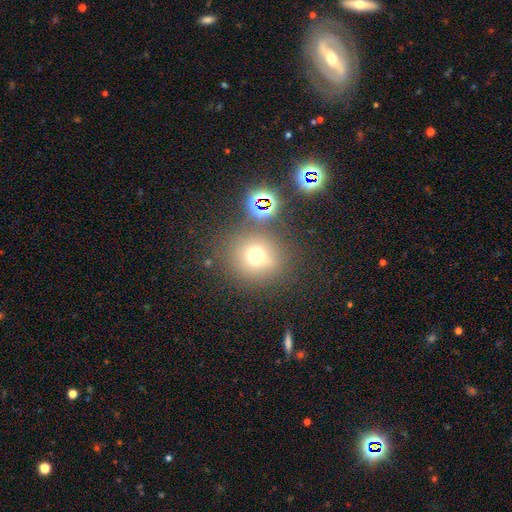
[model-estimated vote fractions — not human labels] Q: Smooth or featured?
A: smooth (64%); runner-up: star or artifact (23%)
Q: How rounded?
A: round (88%); runner-up: in between (11%)
Q: Merging?
A: none (74%); runner-up: minor disturbance (11%)